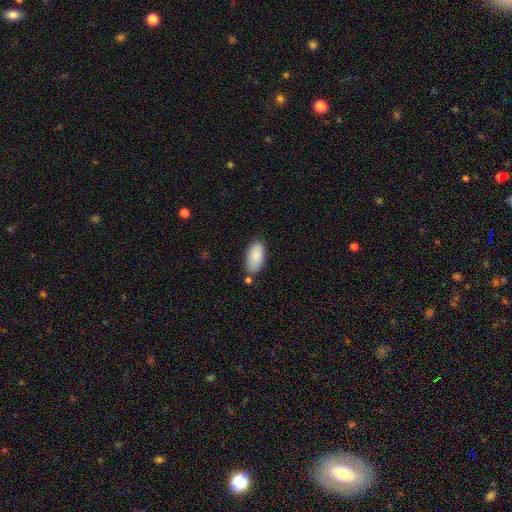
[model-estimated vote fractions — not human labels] Q: Smooth or featured?
A: smooth (88%); runner-up: star or artifact (6%)
Q: How rounded?
A: in between (93%); runner-up: cigar-shaped (5%)
Q: Merging?
A: none (72%); runner-up: minor disturbance (17%)